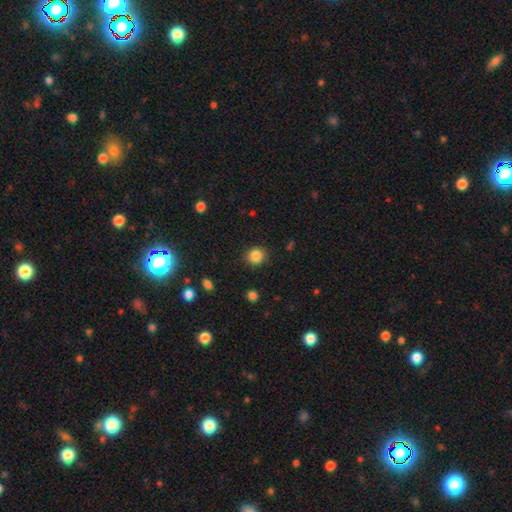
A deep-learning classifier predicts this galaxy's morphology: Smooth or featured? smooth (85%)
How rounded? round (89%)
Merging? none (90%)